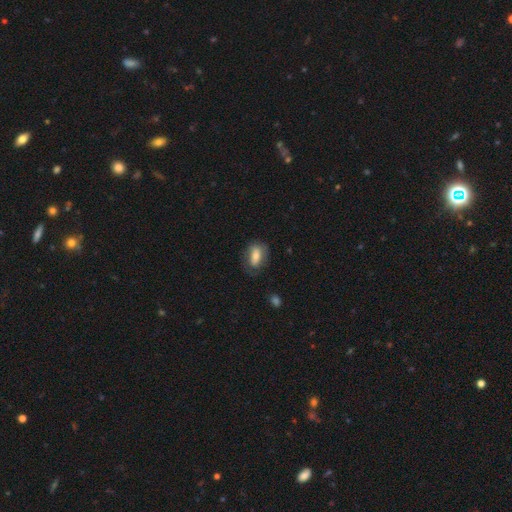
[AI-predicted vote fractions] smooth-or-featured: smooth: 60% | featured or disk: 33% | star or artifact: 7%
  how-rounded: in between: 84% | round: 9% | cigar-shaped: 7%
  merging: none: 64% | minor disturbance: 23% | major disturbance: 12% | merger: 2%